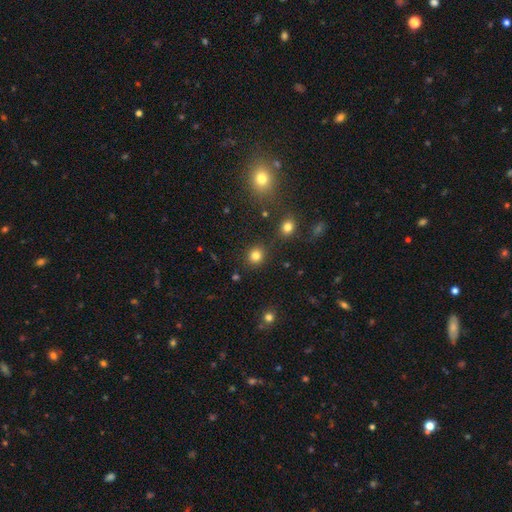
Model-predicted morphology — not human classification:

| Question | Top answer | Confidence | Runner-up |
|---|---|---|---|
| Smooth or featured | smooth | 82% | star or artifact (13%) |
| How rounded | round | 86% | in between (13%) |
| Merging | none | 87% | minor disturbance (7%) |